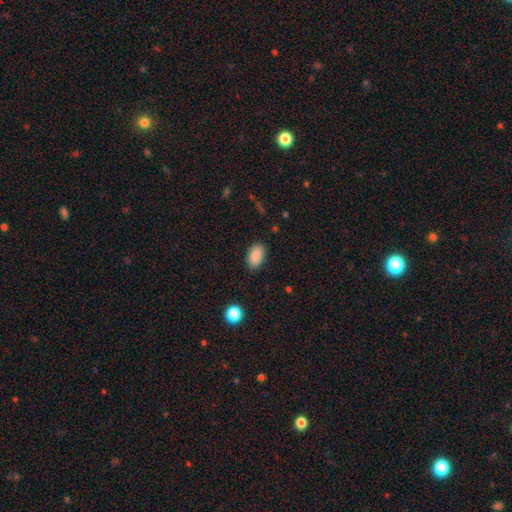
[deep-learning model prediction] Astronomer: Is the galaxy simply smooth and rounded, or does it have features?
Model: smooth — 89%.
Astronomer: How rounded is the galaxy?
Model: in between — 92%.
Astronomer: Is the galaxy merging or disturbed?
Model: none — 87%.